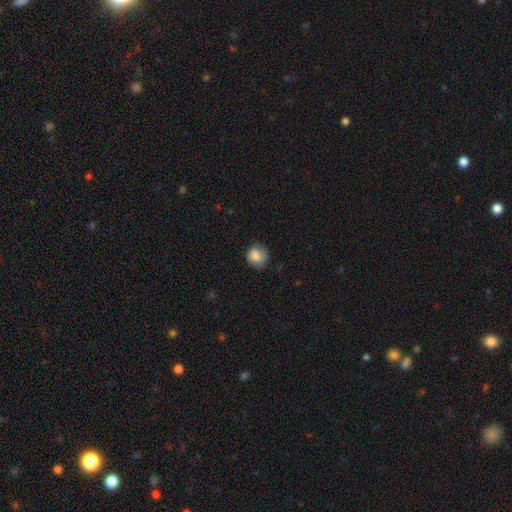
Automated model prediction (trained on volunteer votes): Q: Smooth or featured?
A: smooth (83%); runner-up: featured or disk (8%)
Q: How rounded?
A: round (90%); runner-up: in between (9%)
Q: Merging?
A: none (79%); runner-up: minor disturbance (17%)